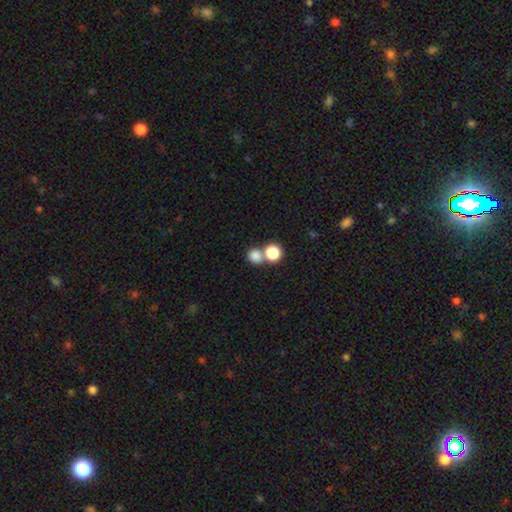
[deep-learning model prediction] Smooth or featured? Predicted: smooth (p=0.81). How rounded? Predicted: round (p=0.83). Merging? Predicted: none (p=0.49).